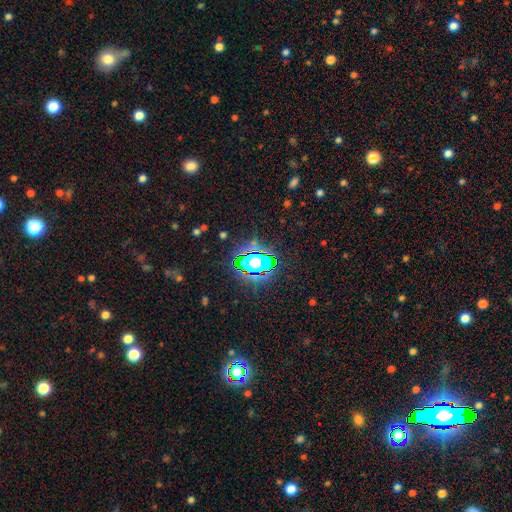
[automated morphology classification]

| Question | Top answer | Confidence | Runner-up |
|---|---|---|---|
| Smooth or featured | star or artifact | 73% | smooth (16%) |